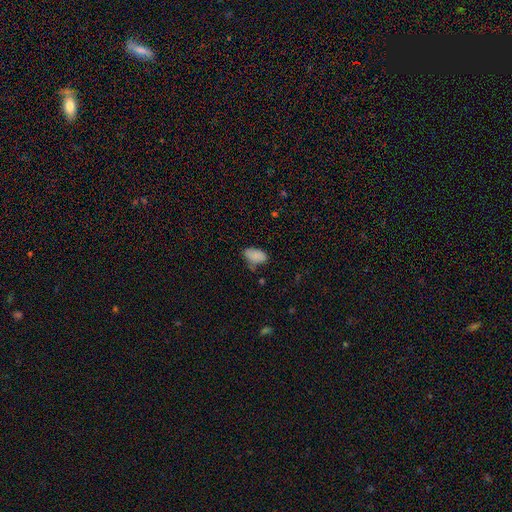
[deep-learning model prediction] Smooth or featured? smooth (84%)
How rounded? in between (93%)
Merging? none (56%)